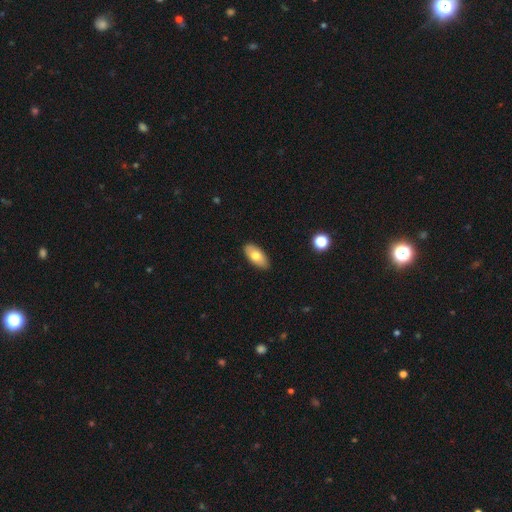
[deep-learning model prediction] Smooth or featured? Predicted: smooth (p=0.73). How rounded? Predicted: in between (p=0.91). Merging? Predicted: none (p=0.87).